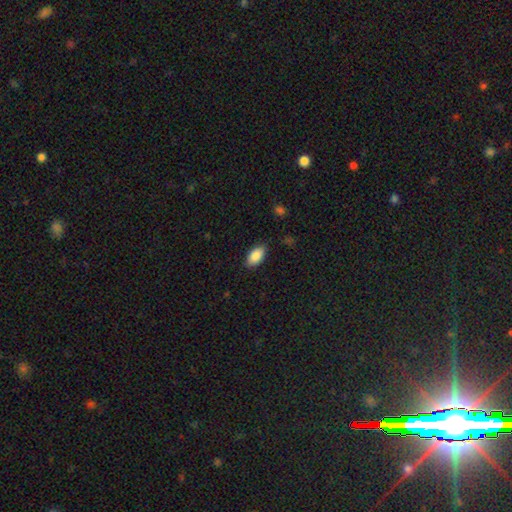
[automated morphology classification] smooth 88%, star or artifact 7%, featured or disk 5%. Down the decision tree: how rounded — in between (94%); merging — none (84%).